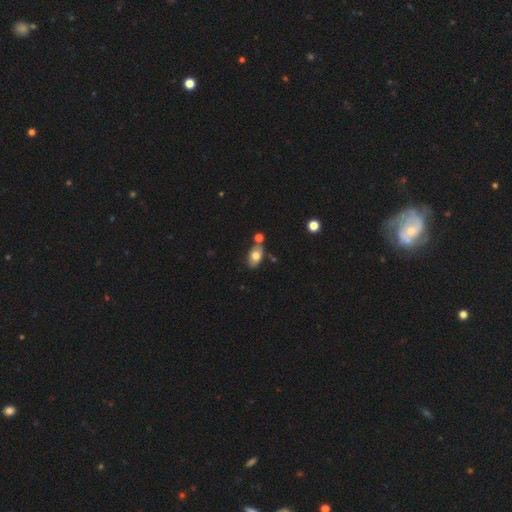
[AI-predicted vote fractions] Overall: smooth (74%). How rounded: in between (89%). Merging: none (64%).